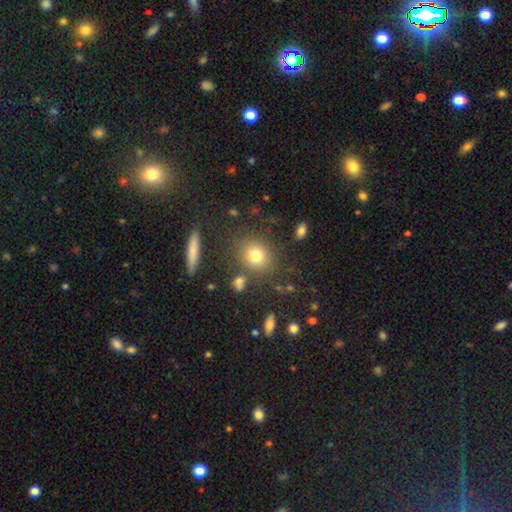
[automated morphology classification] Smooth or featured? Predicted: smooth (p=0.76). How rounded? Predicted: round (p=0.76). Merging? Predicted: none (p=0.80).